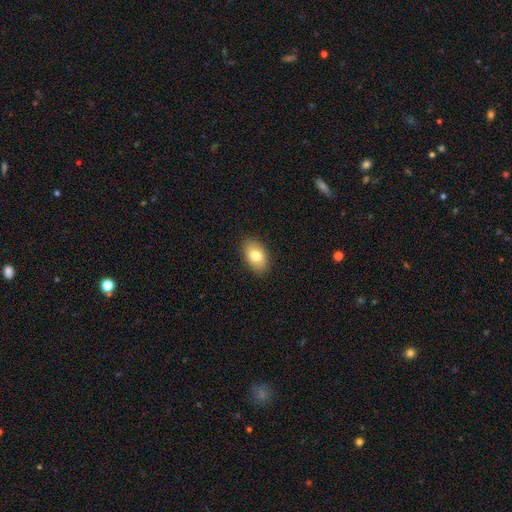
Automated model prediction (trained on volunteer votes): The model was most divided on "smooth or featured": smooth: 78%, featured or disk: 15%, star or artifact: 7%. More confident: how rounded — in between (90%); merging — none (87%).